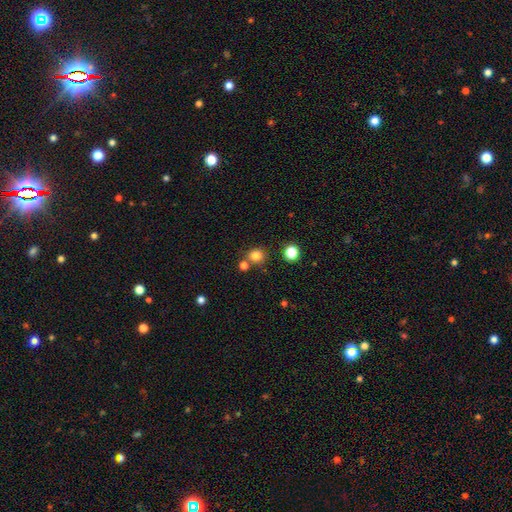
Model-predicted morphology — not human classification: type=smooth (80%); roundness=round (88%); merging=none (74%).